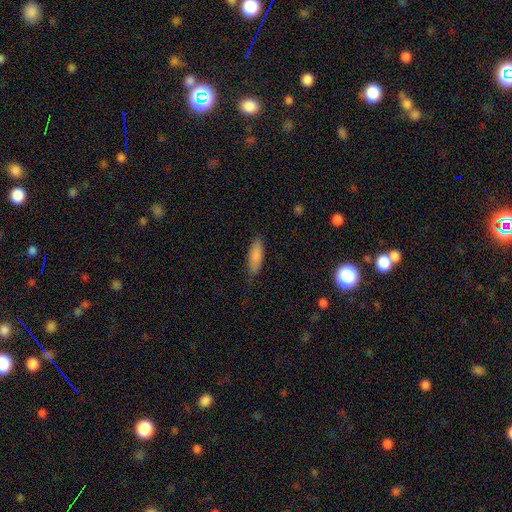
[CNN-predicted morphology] Smooth or featured? smooth (86%)
How rounded? in between (55%)
Merging? none (81%)